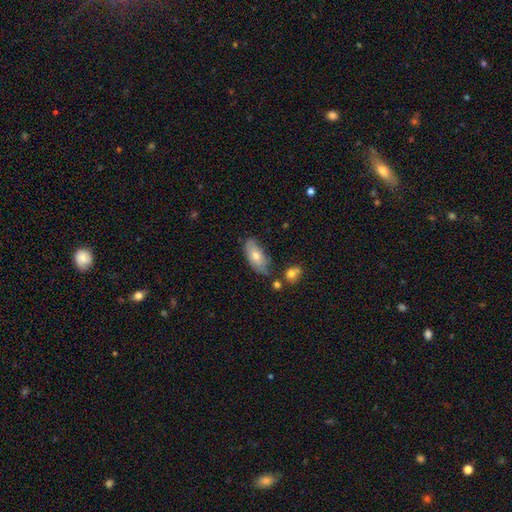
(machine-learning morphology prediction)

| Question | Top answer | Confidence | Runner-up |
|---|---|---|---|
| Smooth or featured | smooth | 62% | featured or disk (30%) |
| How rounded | in between | 88% | cigar-shaped (9%) |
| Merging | none | 66% | minor disturbance (23%) |